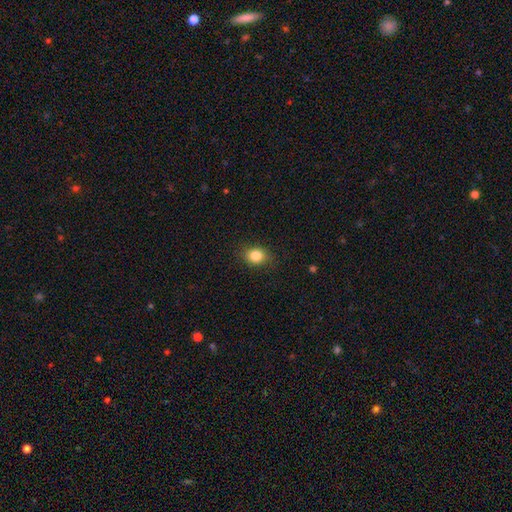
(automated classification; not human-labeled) Smooth or featured?
  - smooth: 84% *
  - star or artifact: 10%
  - featured or disk: 6%
How rounded?
  - round: 52% *
  - in between: 47%
  - cigar-shaped: 1%
Merging?
  - none: 85% *
  - minor disturbance: 11%
  - major disturbance: 3%
  - merger: 1%